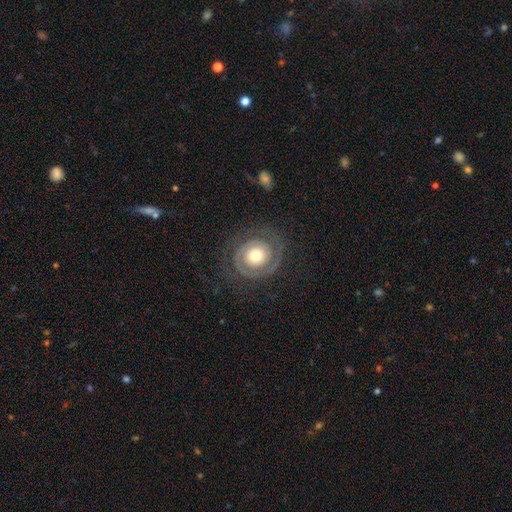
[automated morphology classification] type=featured or disk (79%); edge-on=no (98%); bar=no (82%); spiral arms=yes (89%); winding=tight (72%); arm count=2 (52%); bulge=moderate (62%); merging=none (77%).